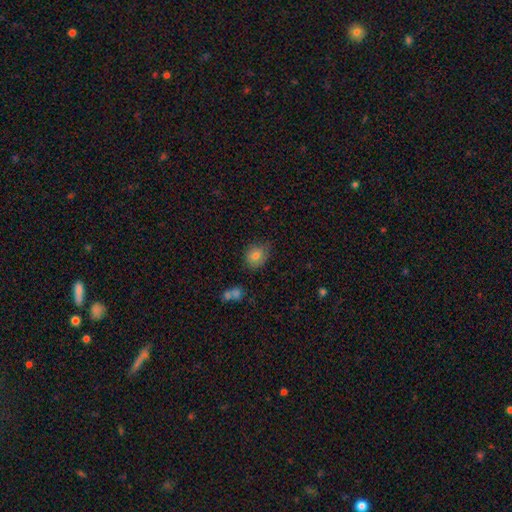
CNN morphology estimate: smooth-or-featured: smooth: 80% | star or artifact: 10% | featured or disk: 10%
  how-rounded: round: 65% | in between: 34% | cigar-shaped: 1%
  merging: none: 70% | minor disturbance: 23% | major disturbance: 5% | merger: 3%